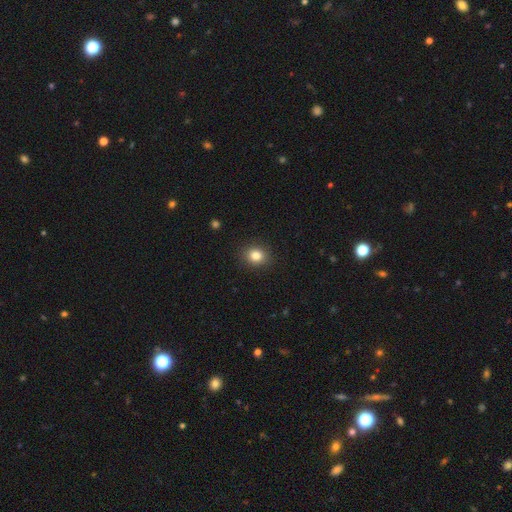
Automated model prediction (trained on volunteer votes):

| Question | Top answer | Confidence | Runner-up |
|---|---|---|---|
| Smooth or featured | smooth | 83% | star or artifact (11%) |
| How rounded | round | 71% | in between (28%) |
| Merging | none | 90% | minor disturbance (7%) |